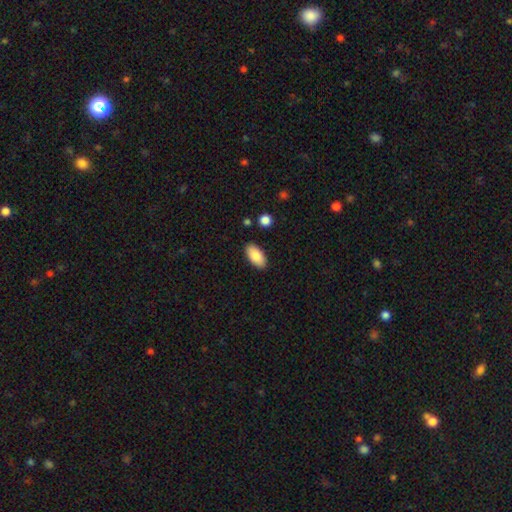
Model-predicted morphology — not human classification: smooth-or-featured: smooth: 87% | featured or disk: 7% | star or artifact: 6%
  how-rounded: in between: 94% | cigar-shaped: 4% | round: 2%
  merging: none: 88% | minor disturbance: 9% | major disturbance: 2% | merger: 2%